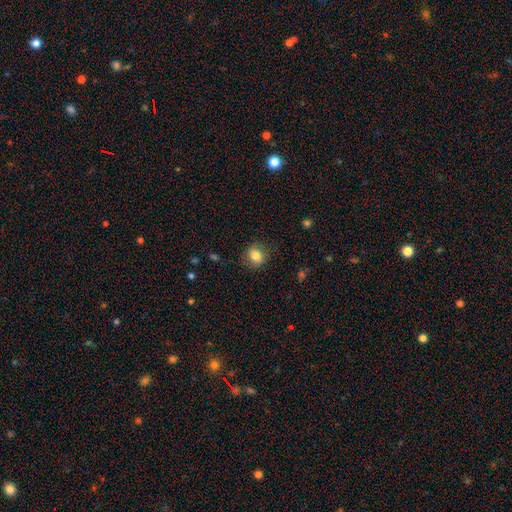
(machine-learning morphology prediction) smooth_or_featured: smooth (p=0.80) [alt: featured or disk p=0.11]
how_rounded: round (p=0.65) [alt: in between p=0.34]
merging: none (p=0.80) [alt: minor disturbance p=0.15]